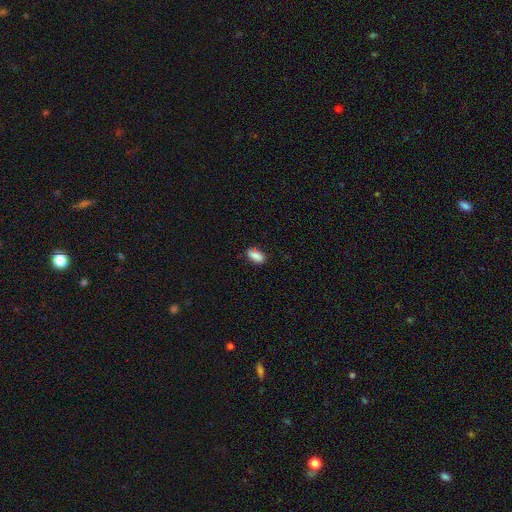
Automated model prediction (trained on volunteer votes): A smooth galaxy with no disk features (85%) that is in between round and cigar-shaped (88%).

Vote fractions:
- Smooth or featured? smooth: 85% / star or artifact: 8% / featured or disk: 7%
- How rounded? in between: 88% / cigar-shaped: 8% / round: 4%
- Merging? none: 79% / minor disturbance: 16% / major disturbance: 3% / merger: 2%